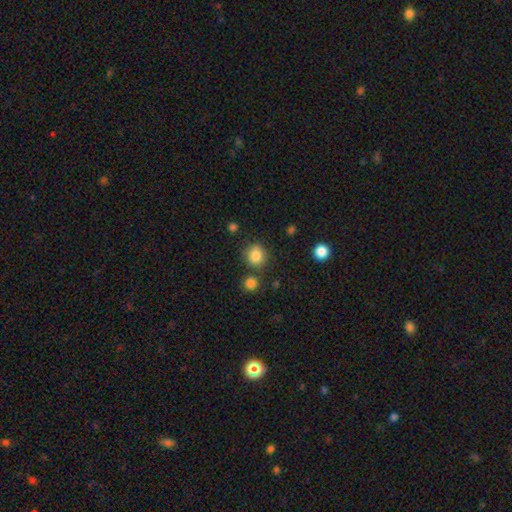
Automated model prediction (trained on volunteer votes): The model was most divided on "merging": none: 78%, minor disturbance: 11%, merger: 8%, major disturbance: 3%. More confident: how rounded — round (86%); smooth or featured — smooth (85%).